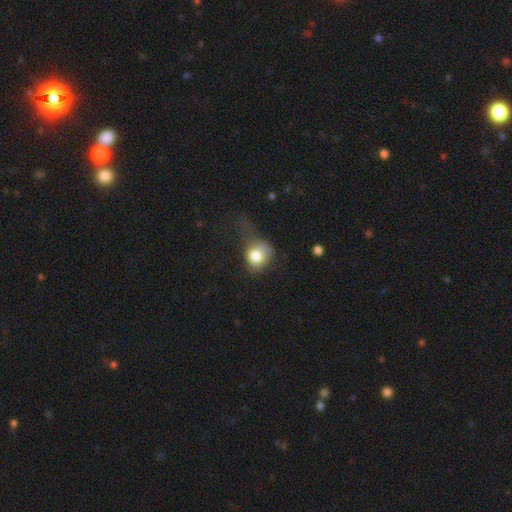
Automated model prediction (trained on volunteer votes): A smooth galaxy with no disk features (78%) that is round (59%).

Vote fractions:
- Smooth or featured? smooth: 78% / featured or disk: 12% / star or artifact: 9%
- How rounded? round: 59% / in between: 40% / cigar-shaped: 1%
- Merging? major disturbance: 41% / minor disturbance: 31% / none: 24% / merger: 4%